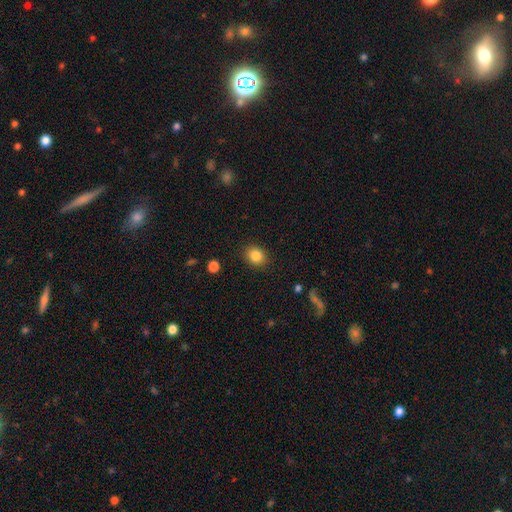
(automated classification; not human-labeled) Smooth or featured? smooth (85%)
How rounded? round (62%)
Merging? none (88%)